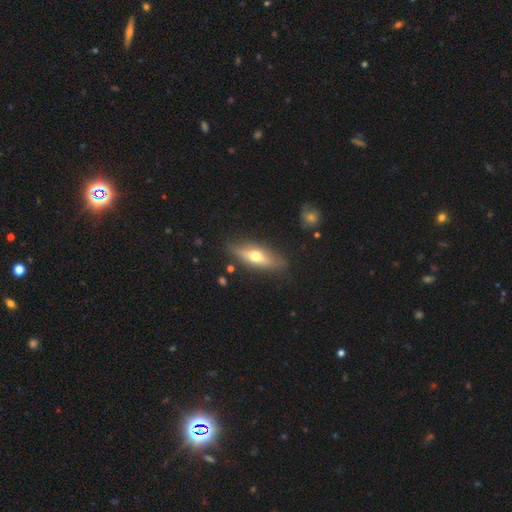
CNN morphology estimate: Smooth or featured? featured or disk (48%)
Merging? none (81%)